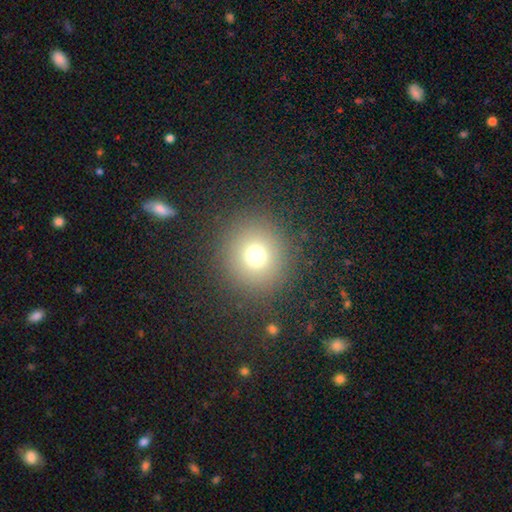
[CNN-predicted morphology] A smooth galaxy with no disk features (72%) that is round (93%).

Vote fractions:
- Smooth or featured? smooth: 72% / star or artifact: 18% / featured or disk: 10%
- How rounded? round: 93% / in between: 7% / cigar-shaped: 1%
- Merging? none: 88% / minor disturbance: 7% / major disturbance: 4% / merger: 1%